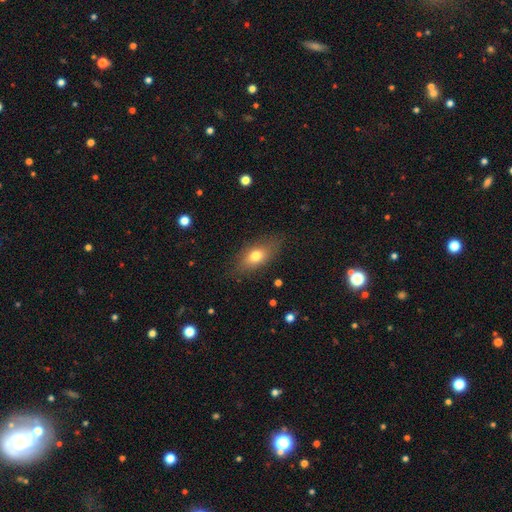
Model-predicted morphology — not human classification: type=smooth (72%); roundness=in between (79%); merging=none (79%).